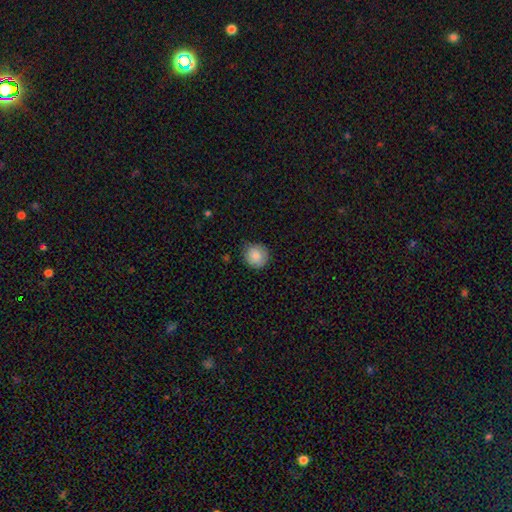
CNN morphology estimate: Smooth or featured? smooth (83%)
How rounded? round (92%)
Merging? none (82%)